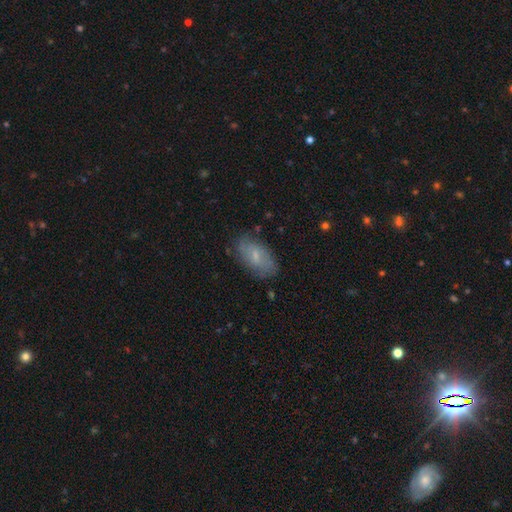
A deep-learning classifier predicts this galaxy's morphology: This appears to be a smooth galaxy with no disk features (58%) that is in between round and cigar-shaped (91%). Merging: none (75%).